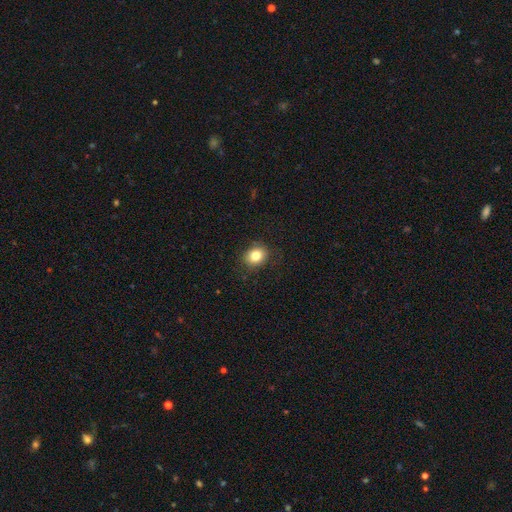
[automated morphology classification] smooth_or_featured: smooth (p=0.82) [alt: star or artifact p=0.10]
how_rounded: round (p=0.61) [alt: in between p=0.38]
merging: none (p=0.86) [alt: minor disturbance p=0.10]